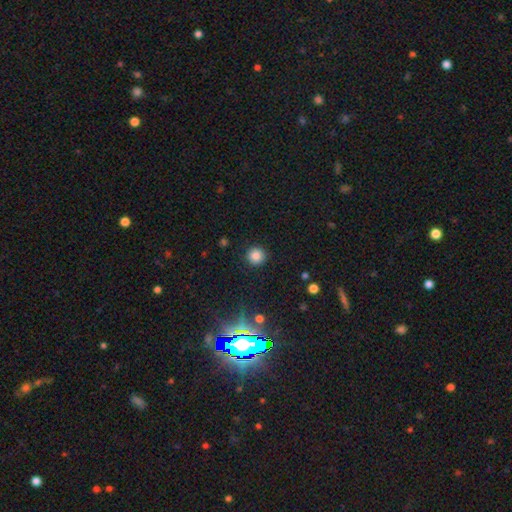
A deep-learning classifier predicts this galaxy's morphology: type=smooth (82%); roundness=round (95%); merging=none (91%).